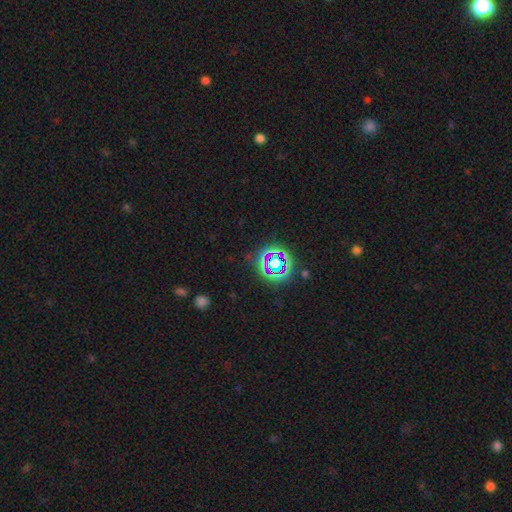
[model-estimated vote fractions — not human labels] Q: Smooth or featured?
A: star or artifact (55%); runner-up: smooth (36%)